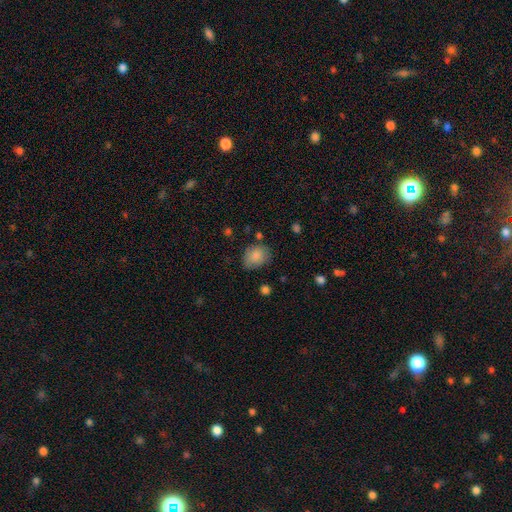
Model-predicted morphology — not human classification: This is clearly a smooth galaxy (85%). How rounded: possibly in between (58%). Merging: likely none (70%).